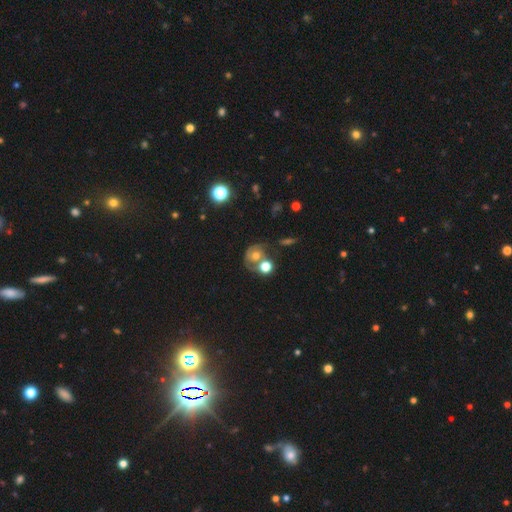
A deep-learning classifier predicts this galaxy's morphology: Q: Smooth or featured?
A: smooth (44%); runner-up: featured or disk (43%)
Q: Merging?
A: merger (39%); runner-up: none (35%)